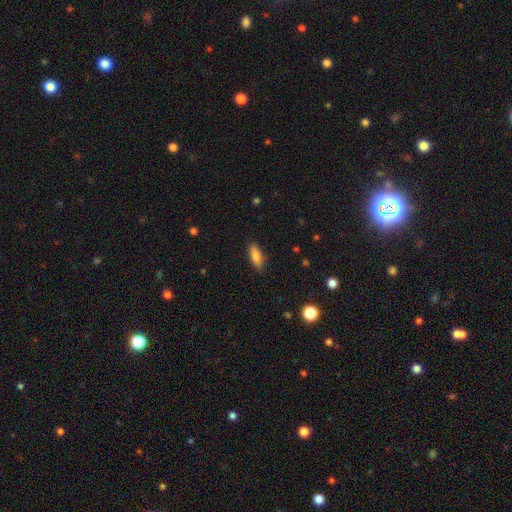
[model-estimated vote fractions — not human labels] Smooth or featured? Predicted: smooth (p=0.80). How rounded? Predicted: in between (p=0.62). Merging? Predicted: none (p=0.86).